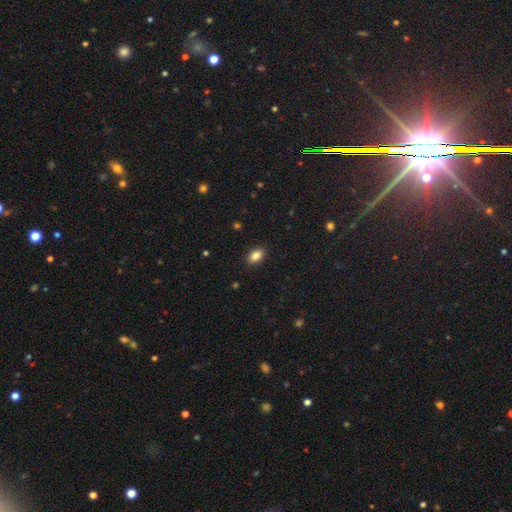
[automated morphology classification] A smooth galaxy with no disk features (85%) that is in between round and cigar-shaped (83%). Merging: none (89%).